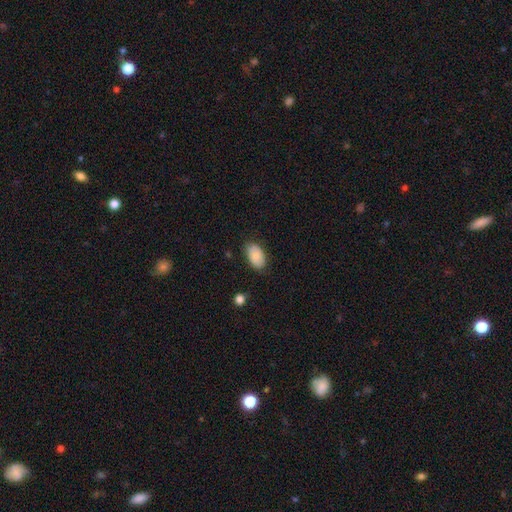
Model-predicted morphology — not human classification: Overall: smooth (86%). How rounded: in between (93%). Merging: none (80%).